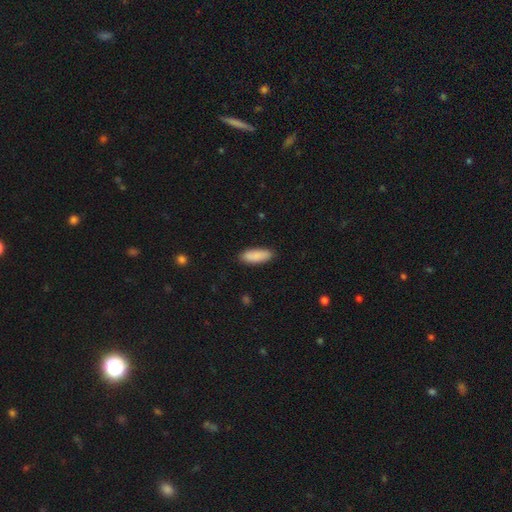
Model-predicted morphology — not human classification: This appears to be a smooth galaxy with no disk features (89%) that is in between round and cigar-shaped (72%). Merging: none (87%).